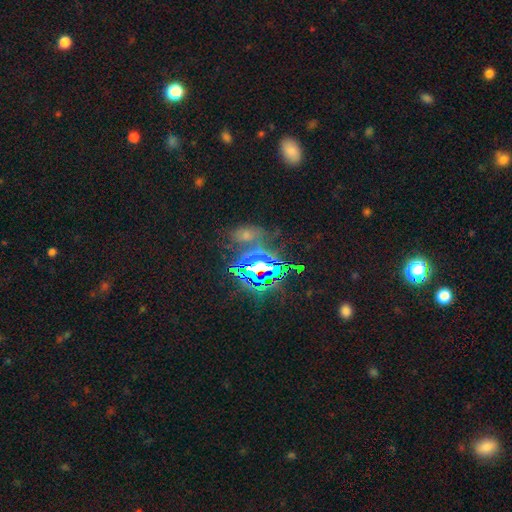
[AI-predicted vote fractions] This is likely a star or artifact rather than a galaxy (79%).